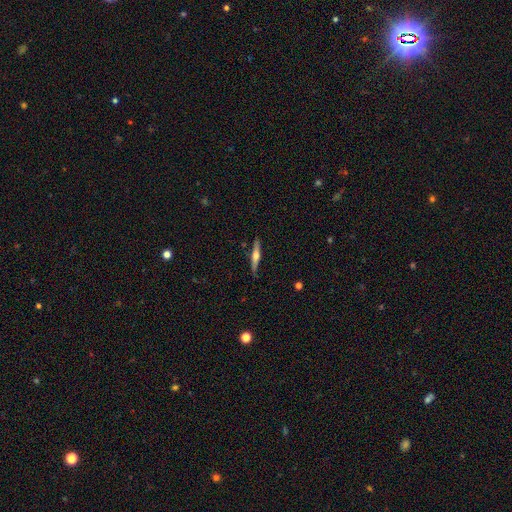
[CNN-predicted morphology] This is likely a featured or disk galaxy (66%). It is clearly viewed edge-on (97%). Edge-on bulge: clearly rounded (89%). Merging: clearly none (87%).